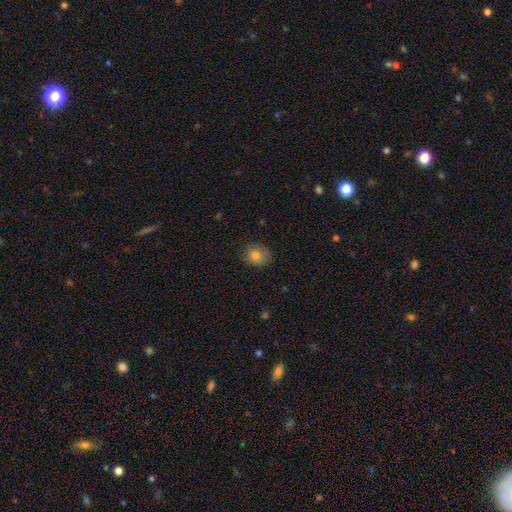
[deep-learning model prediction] A smooth galaxy with no disk features (81%) that is round (61%). Merging: none (81%).